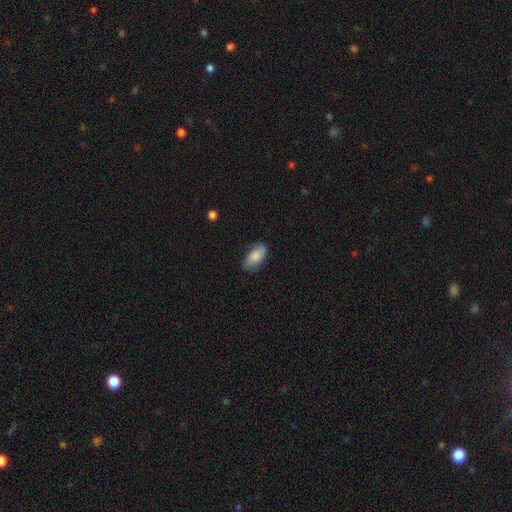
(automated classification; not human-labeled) Smooth or featured: smooth — 80% (featured or disk — 13%)
How rounded: in between — 92% (cigar-shaped — 5%)
Merging: none — 78% (minor disturbance — 17%)